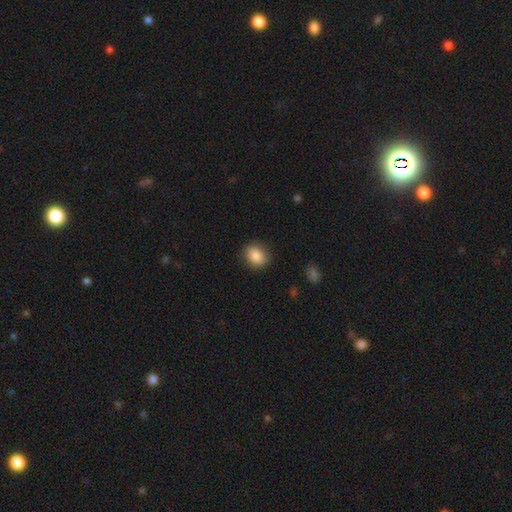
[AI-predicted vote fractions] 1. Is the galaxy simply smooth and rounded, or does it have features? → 86% smooth, 8% star or artifact, 5% featured or disk.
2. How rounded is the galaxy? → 60% round, 39% in between, 1% cigar-shaped.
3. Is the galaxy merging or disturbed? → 87% none, 10% minor disturbance, 3% major disturbance, 1% merger.